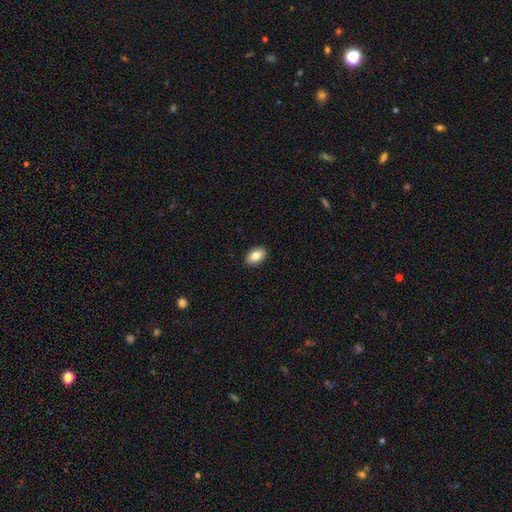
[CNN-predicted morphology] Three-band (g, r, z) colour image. It shows a smooth galaxy with no disk features (85%) that is in between round and cigar-shaped (88%). Merging: none (91%).